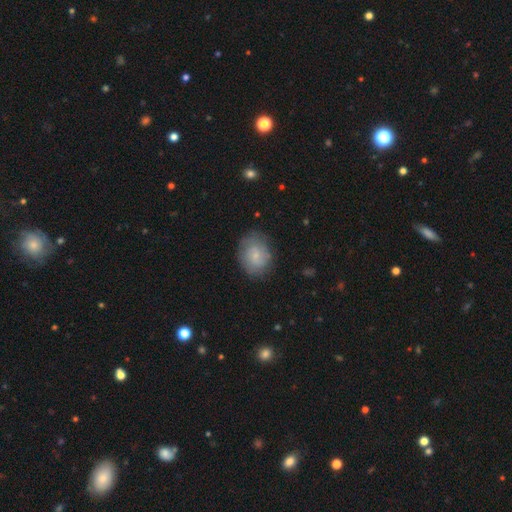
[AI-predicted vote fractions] smooth 63%, featured or disk 29%, star or artifact 8%. Down the decision tree: how rounded — in between (54%); merging — none (74%).